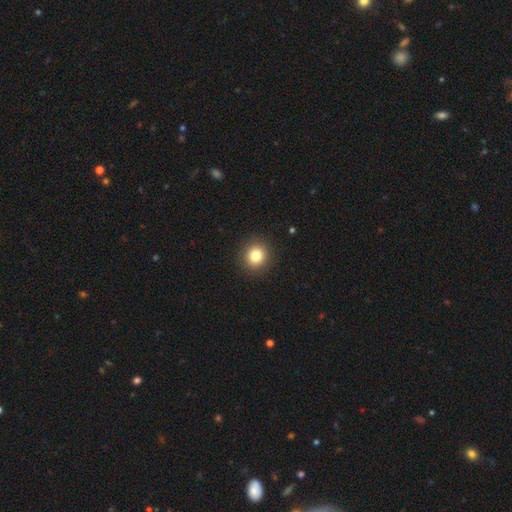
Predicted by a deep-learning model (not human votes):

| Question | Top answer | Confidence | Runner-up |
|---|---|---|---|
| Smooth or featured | smooth | 82% | star or artifact (11%) |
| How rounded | round | 89% | in between (11%) |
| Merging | none | 91% | minor disturbance (6%) |